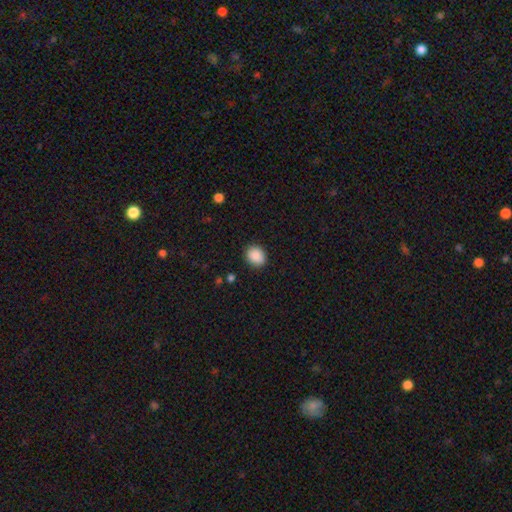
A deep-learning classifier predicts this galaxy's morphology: Smooth or featured?
  - smooth: 89% *
  - star or artifact: 8%
  - featured or disk: 3%
How rounded?
  - round: 60% *
  - in between: 39%
  - cigar-shaped: 1%
Merging?
  - none: 89% *
  - minor disturbance: 8%
  - major disturbance: 2%
  - merger: 1%